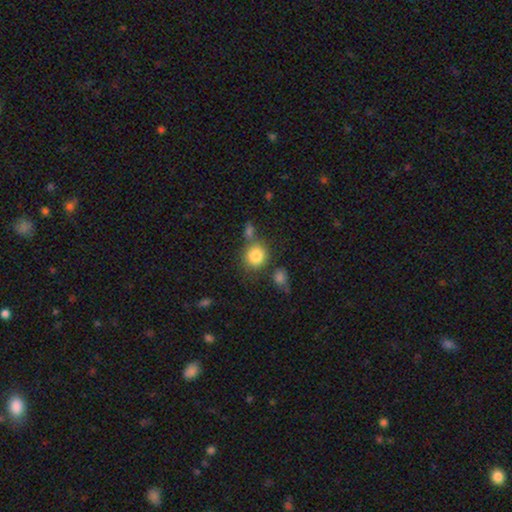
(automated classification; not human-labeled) smooth_or_featured: smooth (p=0.84) [alt: star or artifact p=0.09]
how_rounded: round (p=0.84) [alt: in between p=0.15]
merging: none (p=0.63) [alt: merger p=0.19]